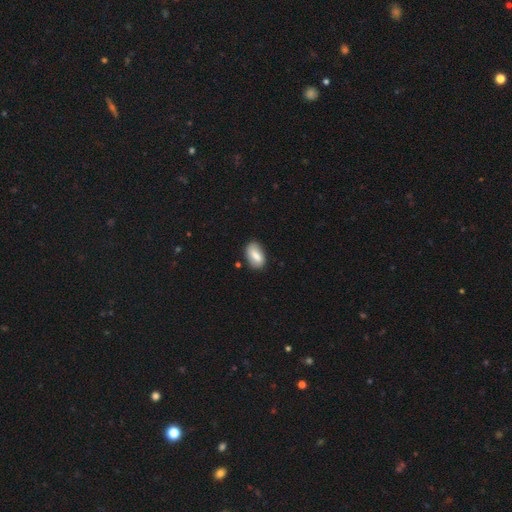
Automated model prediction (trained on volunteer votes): smooth 77%, featured or disk 16%, star or artifact 7%. Down the decision tree: how rounded — in between (92%); merging — none (81%).